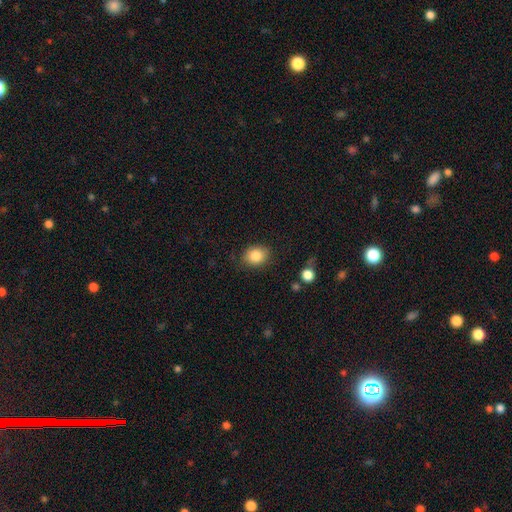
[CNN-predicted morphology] Overall: smooth (84%). How rounded: round (50%; in between 49%). Merging: none (81%).